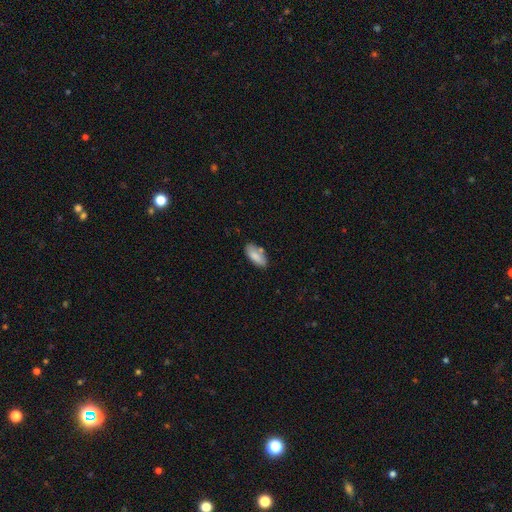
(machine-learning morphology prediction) smooth-or-featured: smooth: 83% | featured or disk: 10% | star or artifact: 6%
  how-rounded: in between: 87% | cigar-shaped: 11% | round: 2%
  merging: none: 73% | minor disturbance: 18% | merger: 7% | major disturbance: 3%